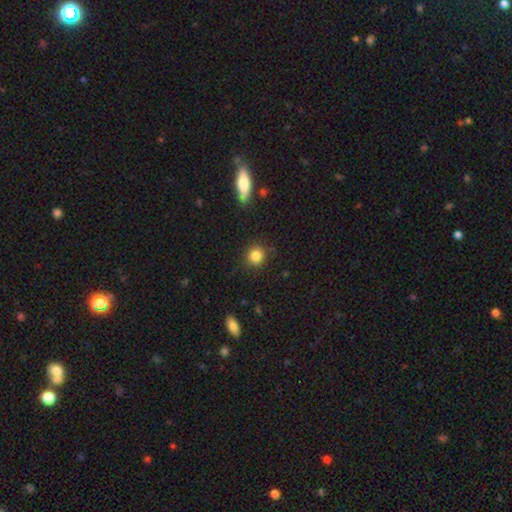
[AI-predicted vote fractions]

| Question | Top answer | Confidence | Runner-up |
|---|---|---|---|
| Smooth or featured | smooth | 85% | star or artifact (10%) |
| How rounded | round | 90% | in between (9%) |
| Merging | none | 87% | minor disturbance (8%) |